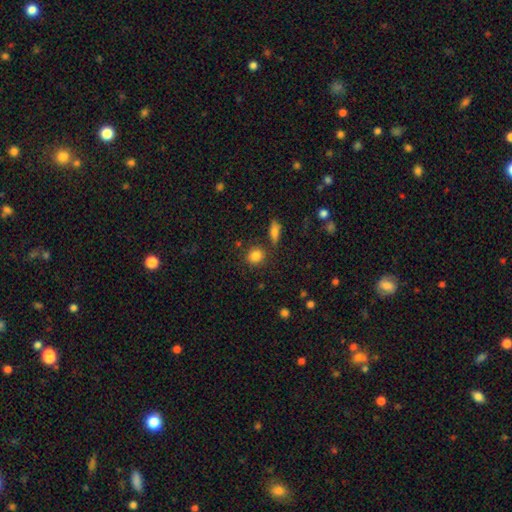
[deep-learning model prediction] Overall: smooth (84%). How rounded: round (83%). Merging: none (82%).